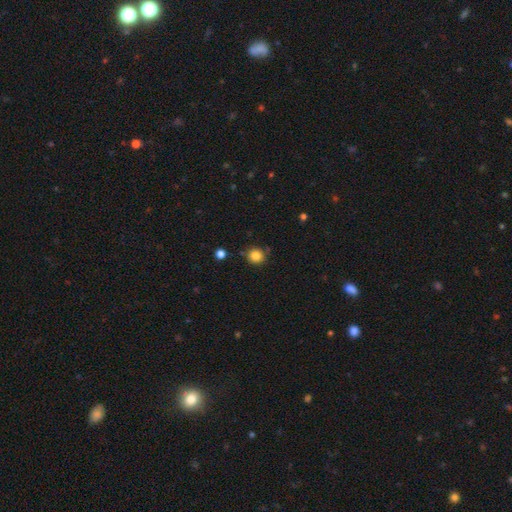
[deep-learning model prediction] The model was most divided on "smooth or featured": smooth: 84%, star or artifact: 11%, featured or disk: 5%. More confident: how rounded — round (92%); merging — none (84%).